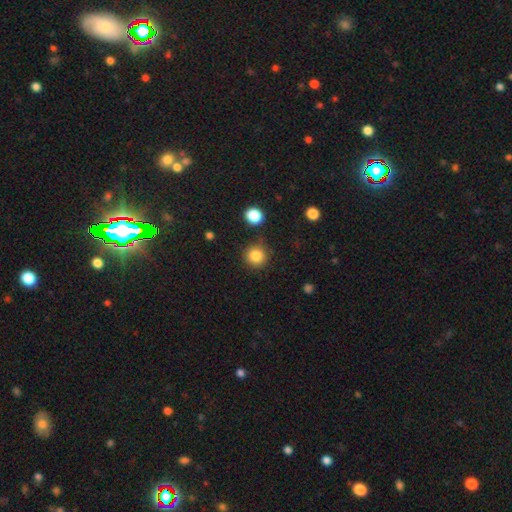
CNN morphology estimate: Smooth or featured?
  - smooth: 84% *
  - star or artifact: 11%
  - featured or disk: 5%
How rounded?
  - round: 94% *
  - in between: 5%
  - cigar-shaped: 1%
Merging?
  - none: 85% *
  - minor disturbance: 9%
  - merger: 4%
  - major disturbance: 3%